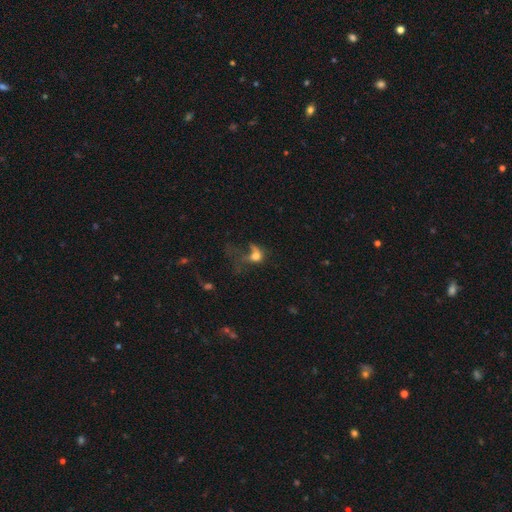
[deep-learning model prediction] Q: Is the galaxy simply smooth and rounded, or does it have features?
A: smooth — 55%.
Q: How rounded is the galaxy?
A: in between — 50%.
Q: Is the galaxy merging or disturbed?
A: major disturbance — 62%.